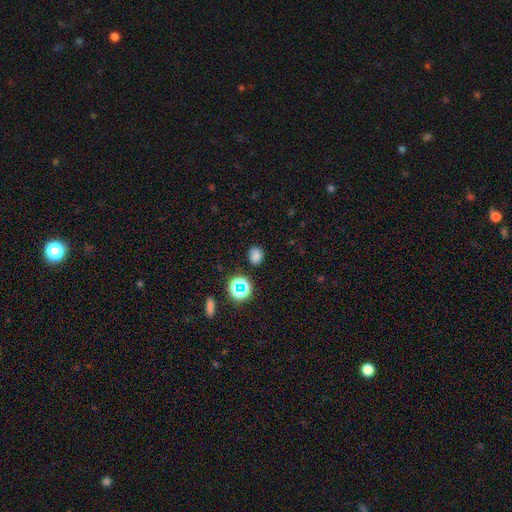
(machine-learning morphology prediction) A smooth galaxy with no disk features (74%) that is round (58%). Merging: none (84%).